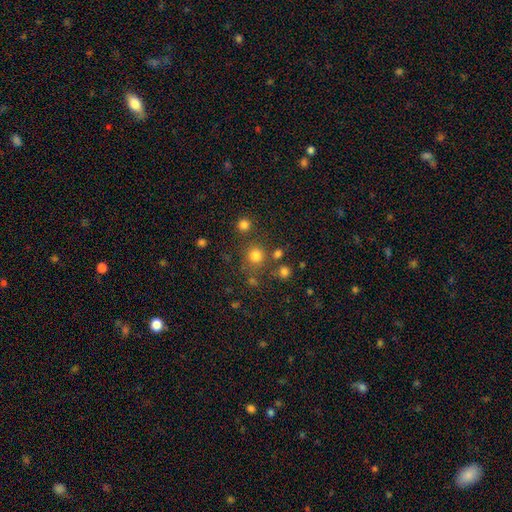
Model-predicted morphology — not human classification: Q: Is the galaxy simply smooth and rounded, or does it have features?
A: smooth — 77%.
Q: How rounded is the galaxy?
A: round — 89%.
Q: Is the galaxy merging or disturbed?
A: none — 75%.